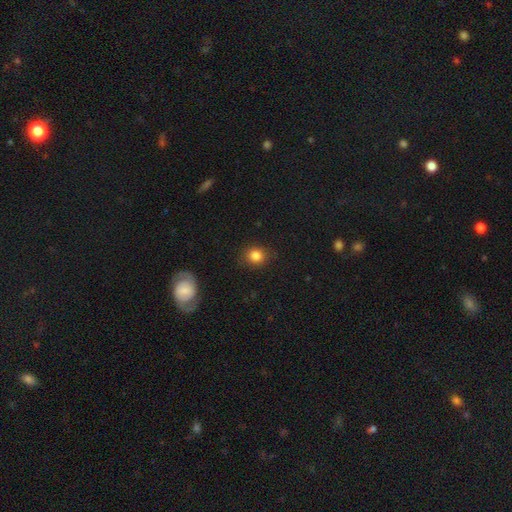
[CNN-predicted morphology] This appears to be a smooth galaxy with no disk features (84%) that is round (81%). Merging: none (85%).